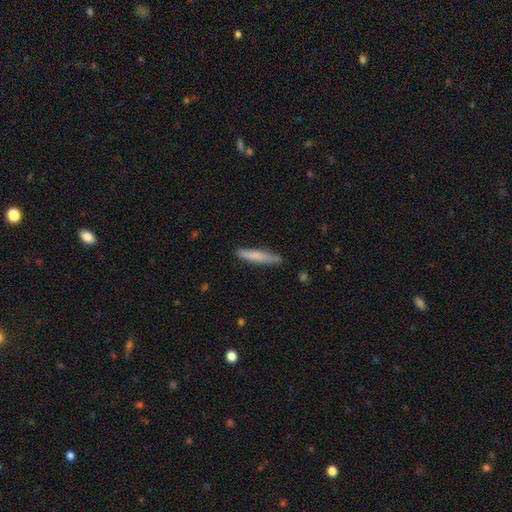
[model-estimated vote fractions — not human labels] Morphology: type=smooth (72%); roundness=cigar-shaped (92%); merging=none (85%).